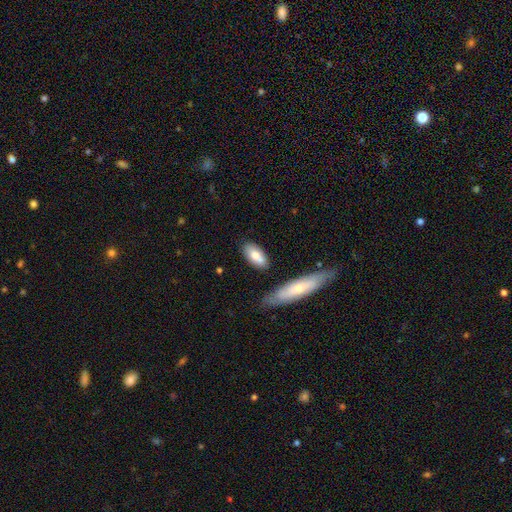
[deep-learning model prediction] This is likely a smooth galaxy (73%). How rounded: clearly in between (84%). Merging: likely none (66%).